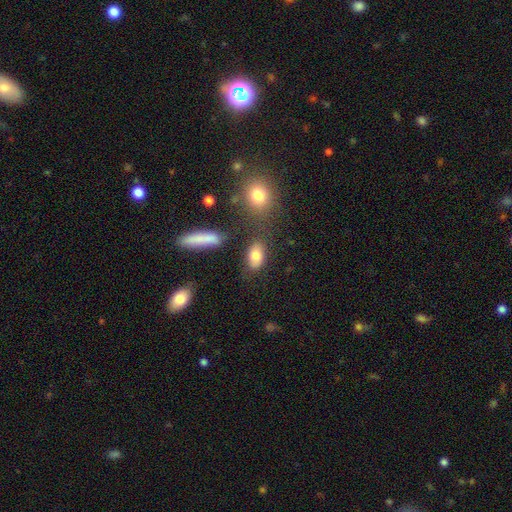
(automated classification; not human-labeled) The model was most divided on "merging": none: 74%, minor disturbance: 13%, merger: 8%, major disturbance: 5%. More confident: how rounded — in between (86%); smooth or featured — smooth (81%).